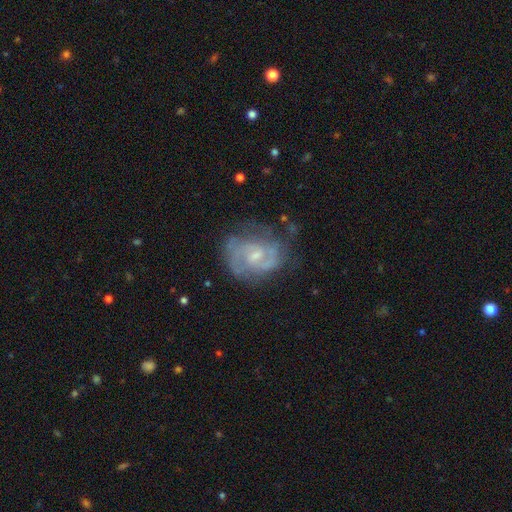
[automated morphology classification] smooth_or_featured: featured or disk (p=0.83) [alt: smooth p=0.11]
disk_edge_on: no (p=0.98) [alt: yes p=0.02]
bar: weak (p=0.51) [alt: no p=0.41]
has_spiral_arms: yes (p=0.92) [alt: no p=0.08]
spiral_winding: medium (p=0.46) [alt: tight p=0.42]
spiral_arm_count: 2 (p=0.62) [alt: can't tell p=0.19]
bulge_size: small (p=0.57) [alt: moderate p=0.34]
merging: none (p=0.64) [alt: minor disturbance p=0.22]